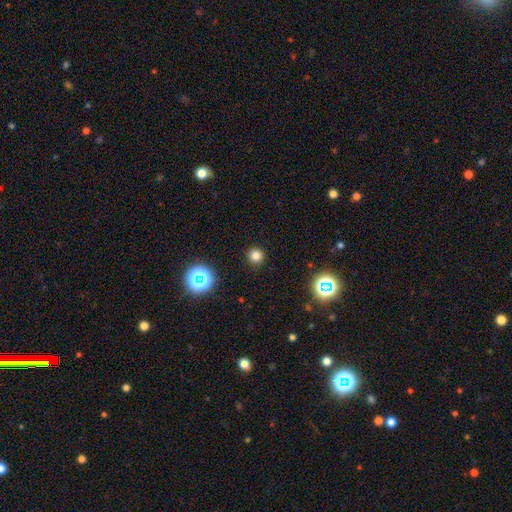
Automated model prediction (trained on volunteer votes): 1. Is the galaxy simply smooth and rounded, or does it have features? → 77% smooth, 18% star or artifact, 5% featured or disk.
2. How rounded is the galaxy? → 95% round, 4% in between, 1% cigar-shaped.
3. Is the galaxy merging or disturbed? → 91% none, 6% minor disturbance, 2% major disturbance, 1% merger.